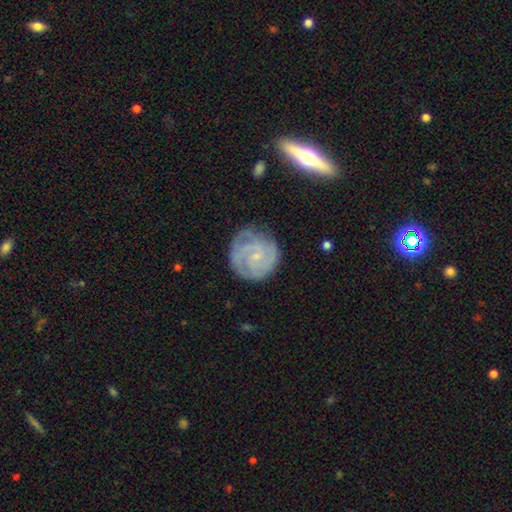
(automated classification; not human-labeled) Smooth or featured?
  - featured or disk: 79% *
  - smooth: 15%
  - star or artifact: 6%
Edge-on disk?
  - no: 97% *
  - yes: 3%
Bar?
  - no: 67% *
  - weak: 27%
  - strong: 6%
Spiral arms?
  - yes: 93% *
  - no: 7%
Spiral winding?
  - tight: 72% *
  - medium: 22%
  - loose: 5%
Spiral arm count?
  - 2: 32% *
  - can't tell: 29%
  - 3: 23%
  - 4: 7%
  - 1: 5%
  - more than 4: 4%
Bulge size?
  - small: 79% *
  - moderate: 12%
  - none: 7%
  - large: 1%
  - dominant: 1%
Merging?
  - none: 72% *
  - minor disturbance: 19%
  - major disturbance: 7%
  - merger: 2%